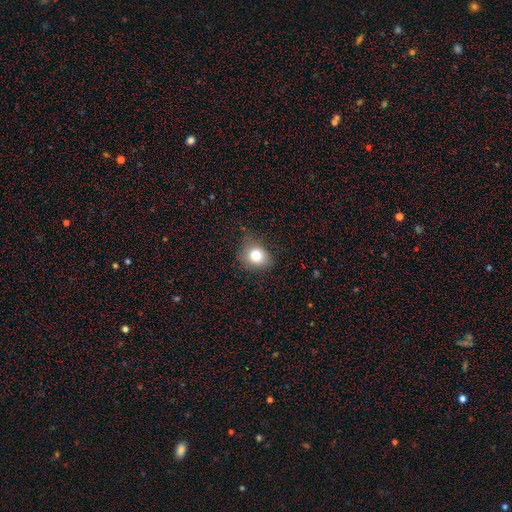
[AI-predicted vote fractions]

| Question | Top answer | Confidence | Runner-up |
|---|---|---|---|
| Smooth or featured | smooth | 78% | star or artifact (12%) |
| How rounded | round | 61% | in between (38%) |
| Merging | none | 71% | minor disturbance (22%) |